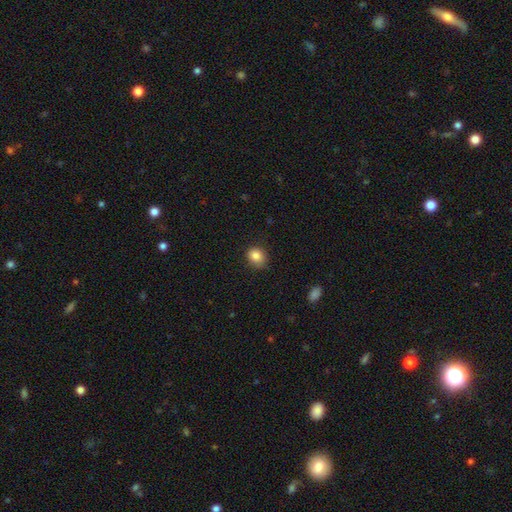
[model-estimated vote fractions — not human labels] smooth 85%, star or artifact 10%, featured or disk 5%. Down the decision tree: how rounded — round (64%); merging — none (78%).